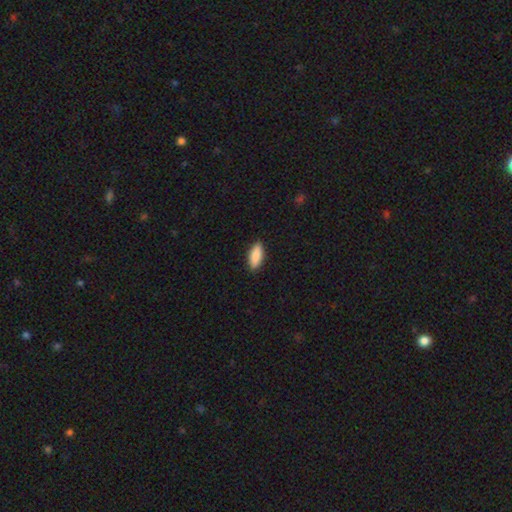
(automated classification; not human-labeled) A smooth galaxy with no disk features (89%) that is in between round and cigar-shaped (76%). Merging: none (90%).